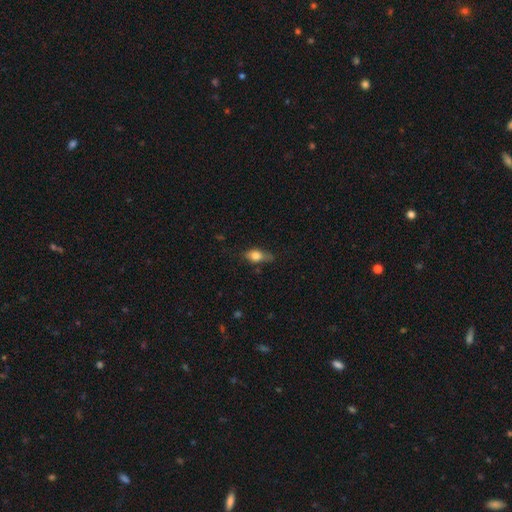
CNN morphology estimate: type=smooth (75%); roundness=in between (77%); merging=none (60%).